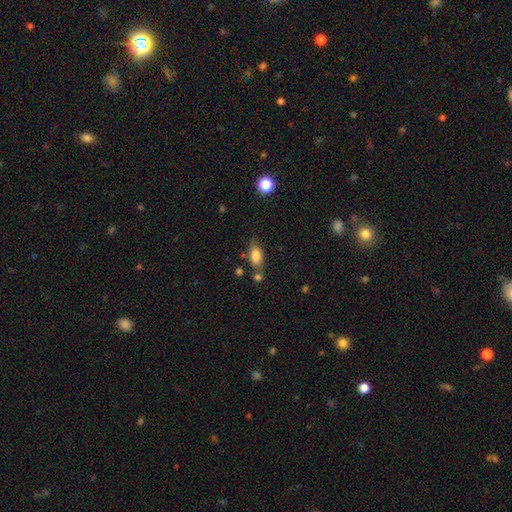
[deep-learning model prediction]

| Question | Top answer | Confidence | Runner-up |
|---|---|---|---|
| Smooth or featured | smooth | 81% | featured or disk (11%) |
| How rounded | in between | 86% | cigar-shaped (7%) |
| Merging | none | 63% | minor disturbance (18%) |